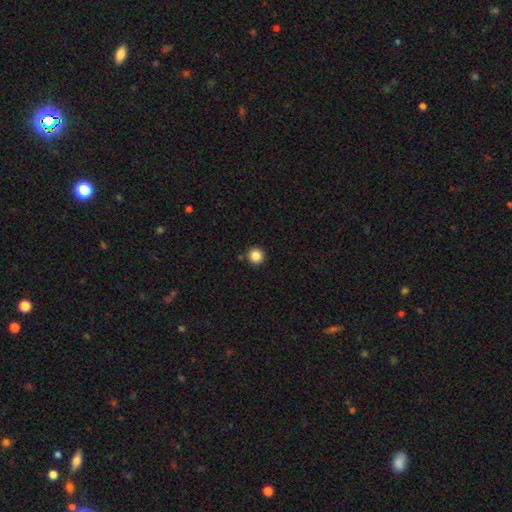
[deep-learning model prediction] A smooth galaxy with no disk features (85%) that is round (96%). Merging: none (91%).